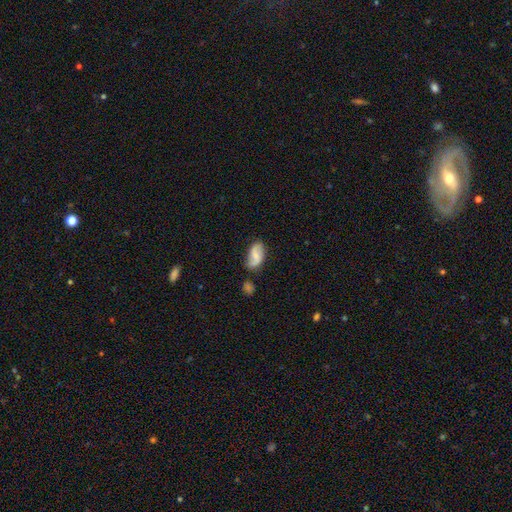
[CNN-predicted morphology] A featured or disk galaxy (47%). Merging: none (63%).